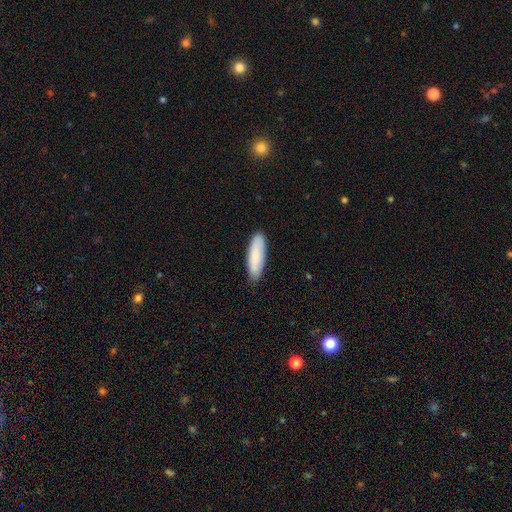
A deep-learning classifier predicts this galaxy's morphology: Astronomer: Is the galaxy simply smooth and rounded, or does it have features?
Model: smooth — 85%.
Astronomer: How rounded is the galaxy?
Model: cigar-shaped — 53% (runner-up: in between, 46%).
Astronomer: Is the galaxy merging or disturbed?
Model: none — 85%.